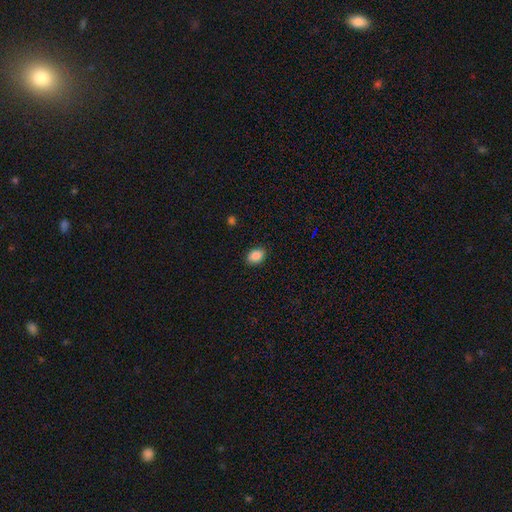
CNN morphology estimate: Overall: smooth (88%). How rounded: in between (75%). Merging: none (89%).